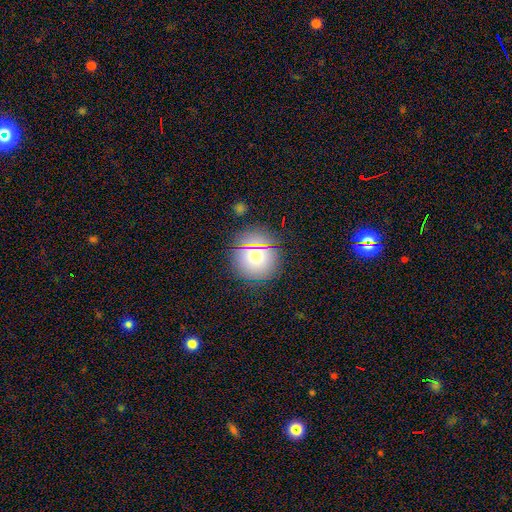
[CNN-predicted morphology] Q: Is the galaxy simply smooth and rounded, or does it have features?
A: smooth — 70%.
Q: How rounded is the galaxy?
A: round — 88%.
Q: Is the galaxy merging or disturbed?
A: none — 83%.